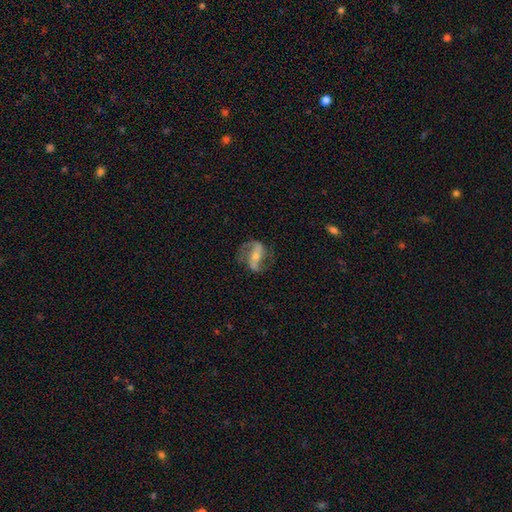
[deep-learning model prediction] This is likely a featured or disk galaxy (79%). It is clearly not viewed edge-on (95%). Bar: possibly strong (52%). Spiral arm pattern: clearly yes (90%). Spiral arm count: clearly 2 (89%). Spiral winding: possibly loose (48%). Central bulge: possibly small (52%). Merging: likely none (71%).